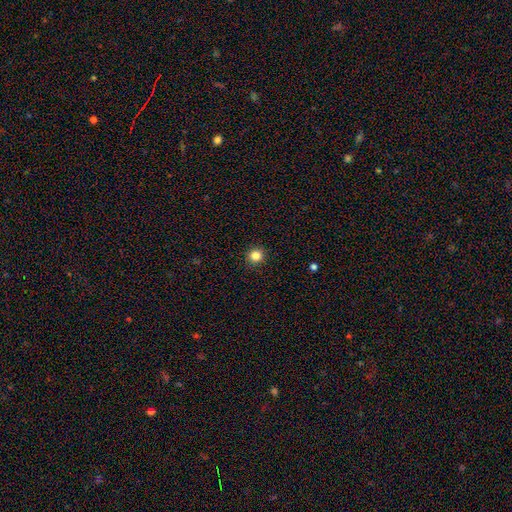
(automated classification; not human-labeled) Overall: smooth (84%). How rounded: round (93%). Merging: none (92%).